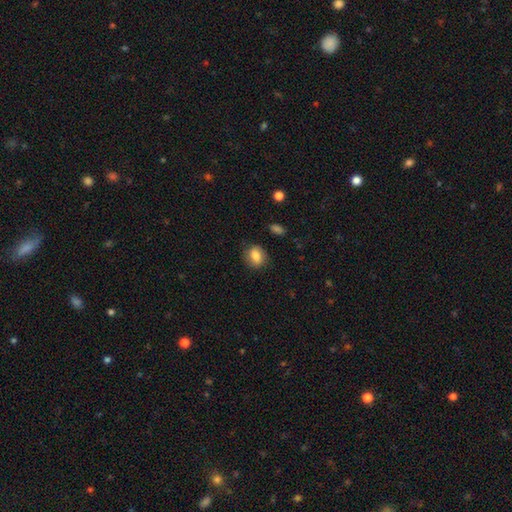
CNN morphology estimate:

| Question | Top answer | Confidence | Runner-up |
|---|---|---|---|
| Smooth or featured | smooth | 77% | featured or disk (15%) |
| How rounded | in between | 53% | round (46%) |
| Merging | none | 79% | minor disturbance (15%) |